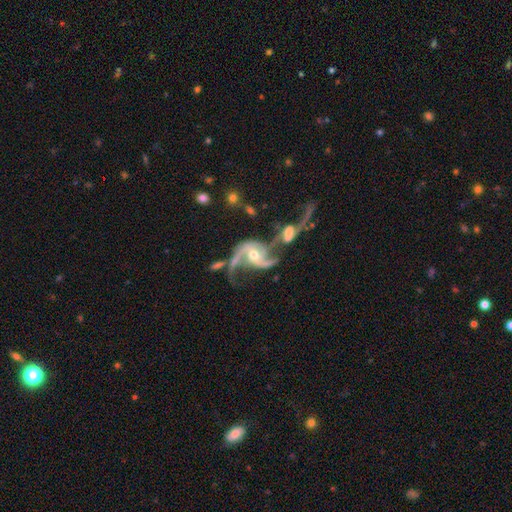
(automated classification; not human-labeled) Smooth or featured? featured or disk (90%)
Edge-on disk? no (97%)
Bar? no (53%)
Spiral arms? yes (97%)
Spiral winding? medium (43%, tied with loose)
Spiral arm count? 2 (76%)
Bulge size? moderate (54%)
Merging? merger (44%)